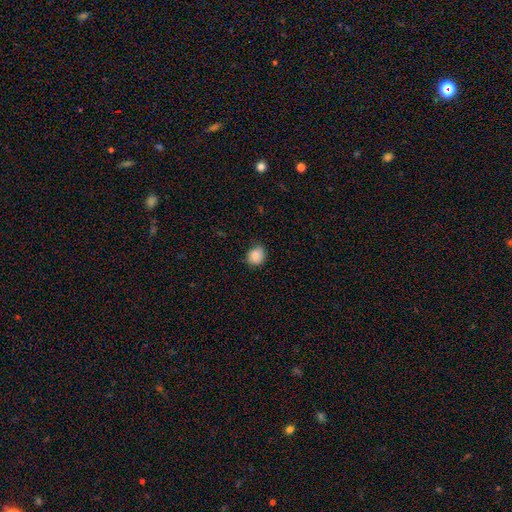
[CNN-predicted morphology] Q: Smooth or featured?
A: smooth (85%); runner-up: star or artifact (8%)
Q: How rounded?
A: round (69%); runner-up: in between (30%)
Q: Merging?
A: none (76%); runner-up: minor disturbance (20%)